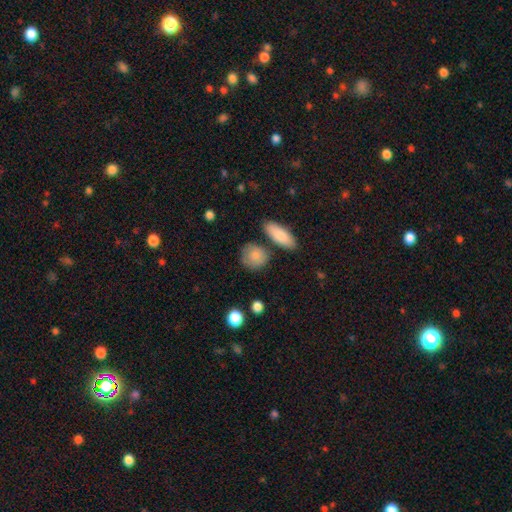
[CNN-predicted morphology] This is clearly a smooth galaxy (84%). How rounded: likely round (72%). Merging: likely none (74%).